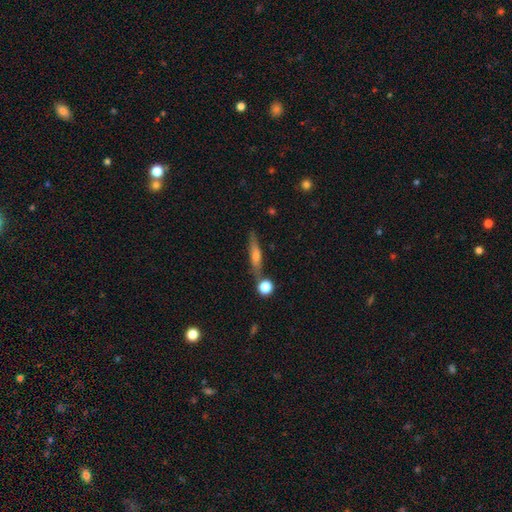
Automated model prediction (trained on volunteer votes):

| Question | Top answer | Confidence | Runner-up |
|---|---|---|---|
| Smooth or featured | smooth | 46% | featured or disk (45%) |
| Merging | none | 71% | minor disturbance (14%) |